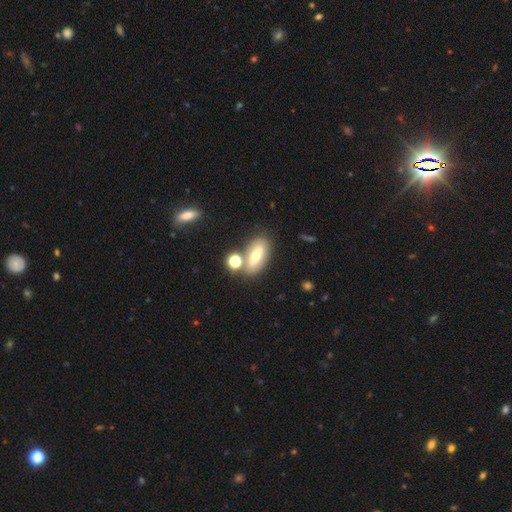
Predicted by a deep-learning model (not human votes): Overall: smooth (57%; featured or disk 33%). How rounded: in between (81%). Merging: none (66%).